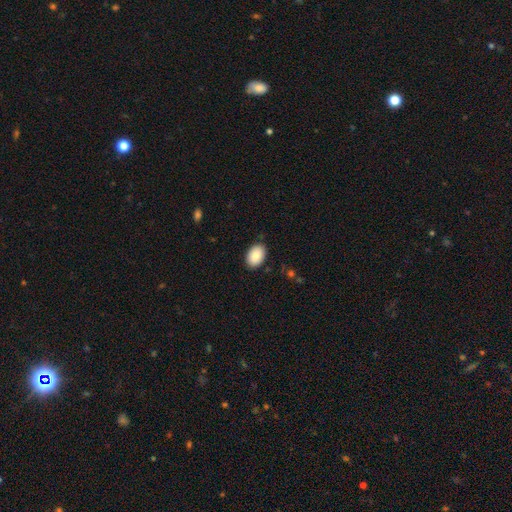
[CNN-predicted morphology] A smooth galaxy with no disk features (88%) that is in between round and cigar-shaped (86%). Merging: none (88%).